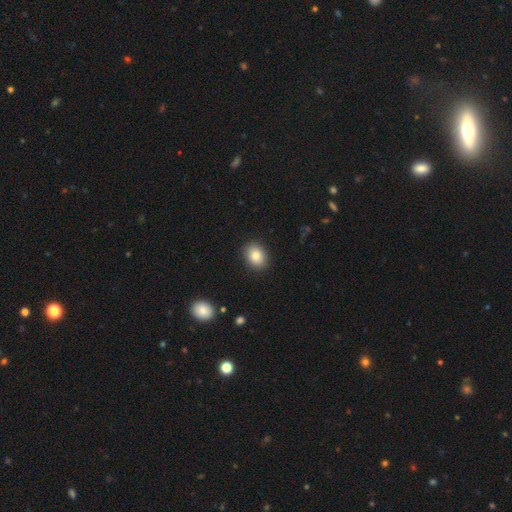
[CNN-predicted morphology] smooth 84%, star or artifact 9%, featured or disk 7%. Down the decision tree: how rounded — in between (61%); merging — none (89%).